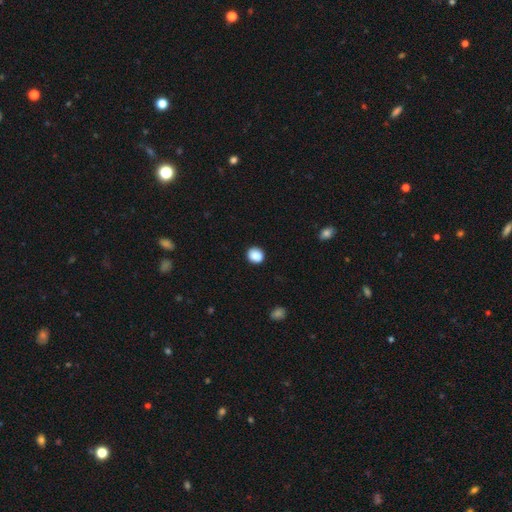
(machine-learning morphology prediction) Overall: smooth (89%). How rounded: round (73%). Merging: none (89%).